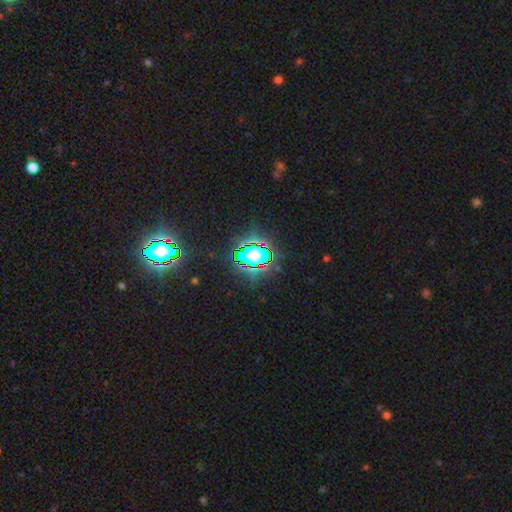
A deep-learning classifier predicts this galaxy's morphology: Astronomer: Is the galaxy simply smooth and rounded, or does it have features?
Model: star or artifact — 66%.